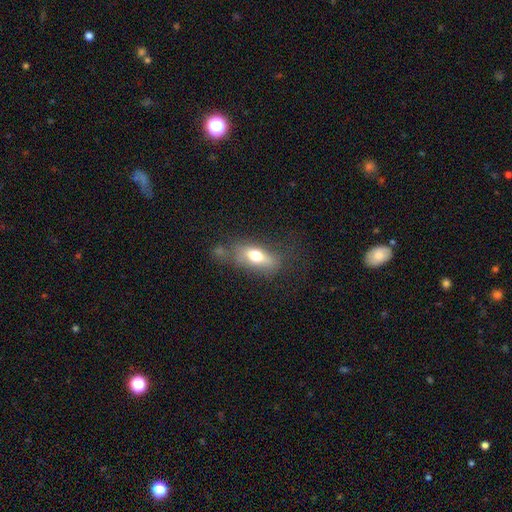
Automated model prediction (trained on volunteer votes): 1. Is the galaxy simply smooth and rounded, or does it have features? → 65% smooth, 26% featured or disk, 9% star or artifact.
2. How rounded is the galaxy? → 75% in between, 19% cigar-shaped, 7% round.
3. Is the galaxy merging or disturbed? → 53% none, 24% minor disturbance, 16% major disturbance, 8% merger.